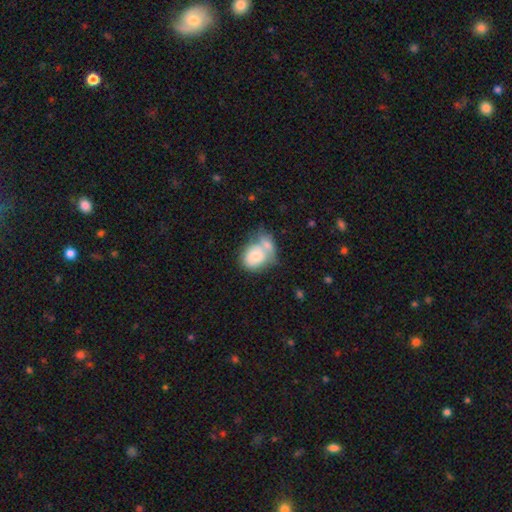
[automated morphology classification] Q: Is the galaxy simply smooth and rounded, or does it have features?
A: smooth — 70%.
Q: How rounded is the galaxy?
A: round — 53%.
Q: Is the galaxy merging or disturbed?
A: merger — 56%.